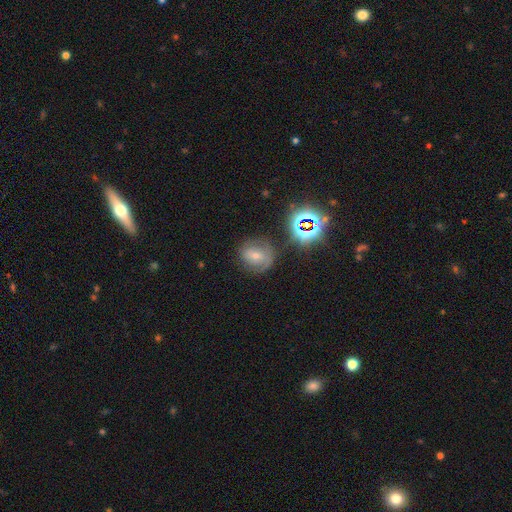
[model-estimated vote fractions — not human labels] A featured or disk galaxy (43%).

Vote fractions:
- Smooth or featured? featured or disk: 43% / star or artifact: 31% / smooth: 26%
- Merging? none: 76% / minor disturbance: 15% / major disturbance: 6% / merger: 3%